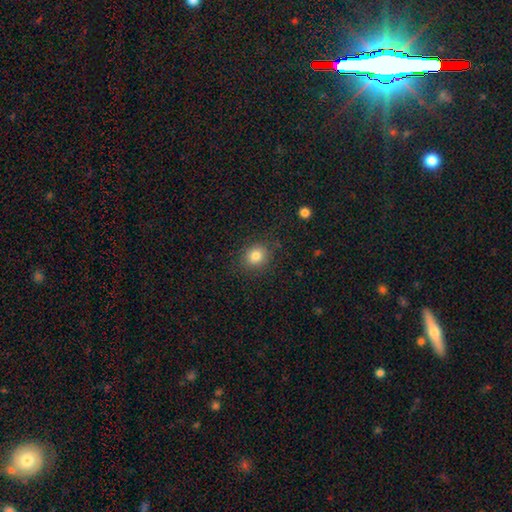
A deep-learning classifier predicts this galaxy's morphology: Q: Smooth or featured?
A: smooth (83%); runner-up: star or artifact (11%)
Q: How rounded?
A: round (71%); runner-up: in between (28%)
Q: Merging?
A: none (84%); runner-up: minor disturbance (11%)